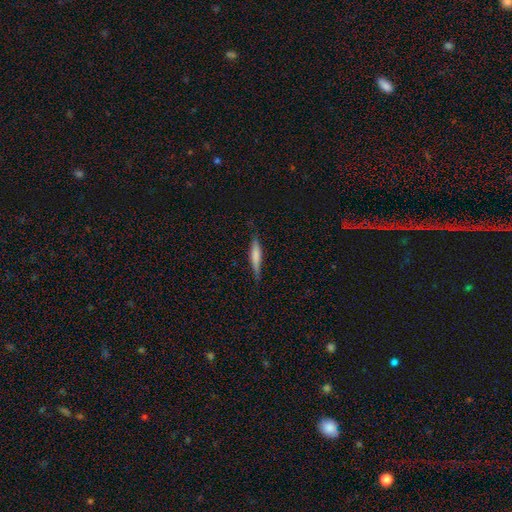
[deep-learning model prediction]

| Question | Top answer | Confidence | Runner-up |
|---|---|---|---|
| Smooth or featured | smooth | 62% | featured or disk (32%) |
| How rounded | cigar-shaped | 88% | in between (10%) |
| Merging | none | 81% | minor disturbance (15%) |